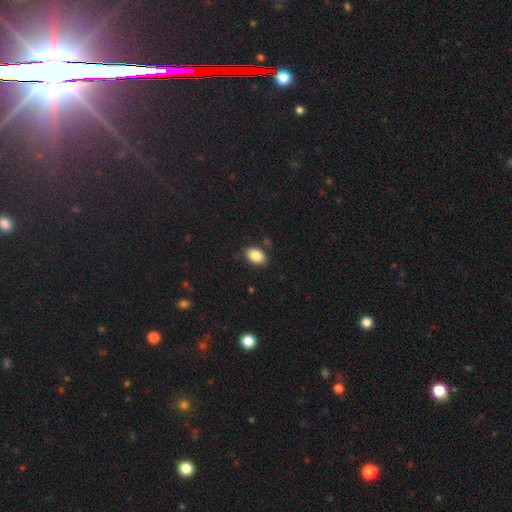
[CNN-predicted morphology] smooth_or_featured: smooth (p=0.86) [alt: star or artifact p=0.08]
how_rounded: in between (p=0.86) [alt: round p=0.13]
merging: none (p=0.82) [alt: minor disturbance p=0.12]